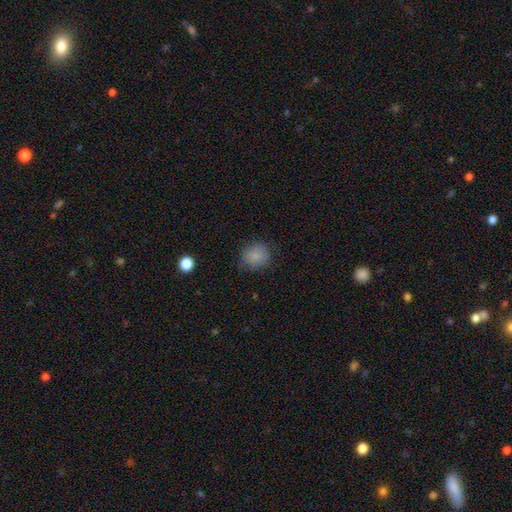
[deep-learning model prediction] smooth-or-featured: smooth: 85% | star or artifact: 11% | featured or disk: 5%
  how-rounded: round: 78% | in between: 21% | cigar-shaped: 1%
  merging: none: 81% | minor disturbance: 14% | major disturbance: 4% | merger: 1%